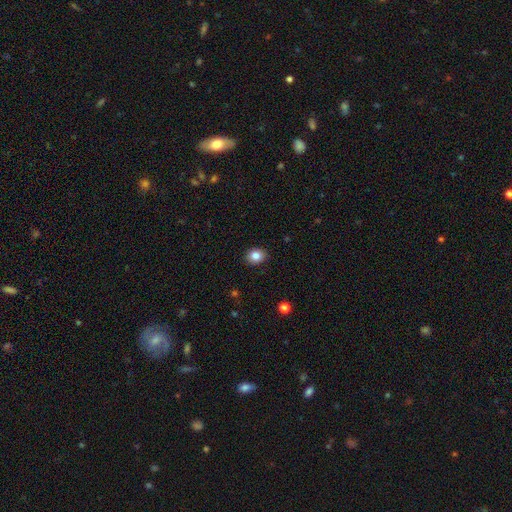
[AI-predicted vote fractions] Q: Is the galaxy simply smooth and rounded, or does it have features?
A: smooth — 84%.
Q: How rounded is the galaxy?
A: round — 51%.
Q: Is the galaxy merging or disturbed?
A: none — 89%.